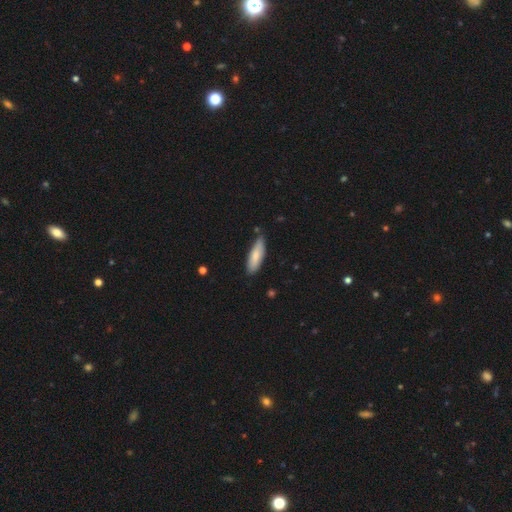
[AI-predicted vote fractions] smooth 81%, featured or disk 13%, star or artifact 6%. Down the decision tree: how rounded — cigar-shaped (51%); merging — none (76%).